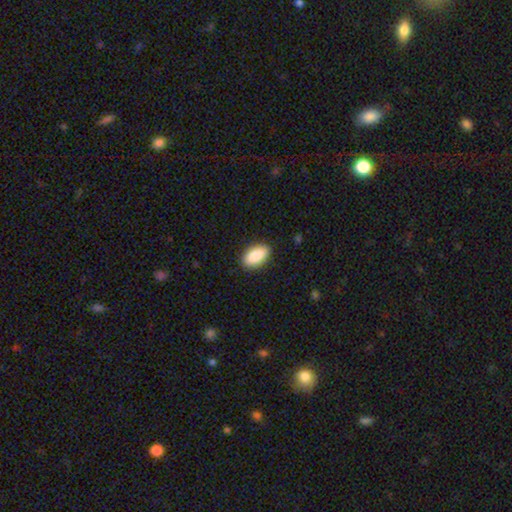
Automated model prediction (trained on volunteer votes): Smooth or featured? smooth (89%)
How rounded? in between (93%)
Merging? none (88%)